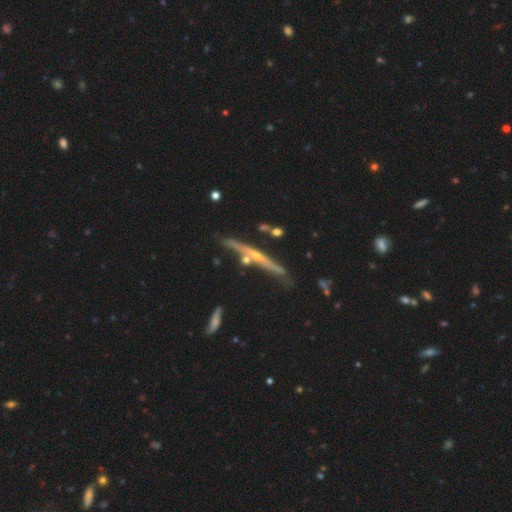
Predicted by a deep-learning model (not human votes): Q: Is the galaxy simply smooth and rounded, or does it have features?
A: featured or disk — 77%.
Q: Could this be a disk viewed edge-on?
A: yes — 96%.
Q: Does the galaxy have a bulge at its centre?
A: rounded — 70%.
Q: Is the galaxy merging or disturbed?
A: none — 74%.